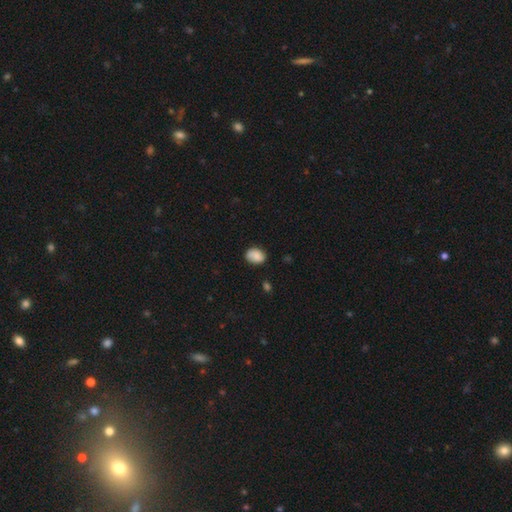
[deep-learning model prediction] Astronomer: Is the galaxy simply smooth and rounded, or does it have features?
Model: smooth — 85%.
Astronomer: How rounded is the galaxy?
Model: in between — 68%.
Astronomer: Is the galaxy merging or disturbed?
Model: none — 78%.